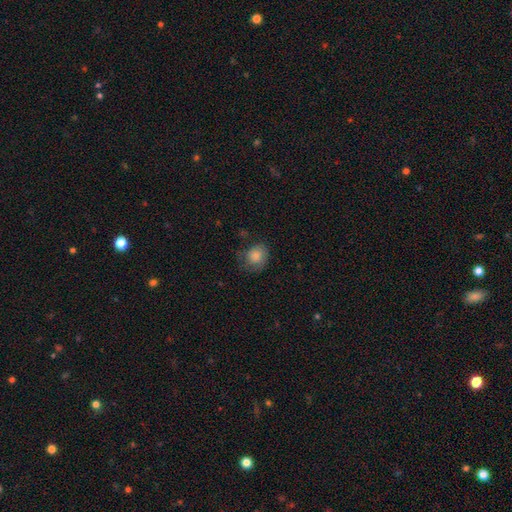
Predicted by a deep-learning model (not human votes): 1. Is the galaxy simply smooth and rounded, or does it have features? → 83% smooth, 9% featured or disk, 8% star or artifact.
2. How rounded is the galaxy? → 65% round, 34% in between, 1% cigar-shaped.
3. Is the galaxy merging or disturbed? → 56% none, 29% minor disturbance, 13% major disturbance, 2% merger.